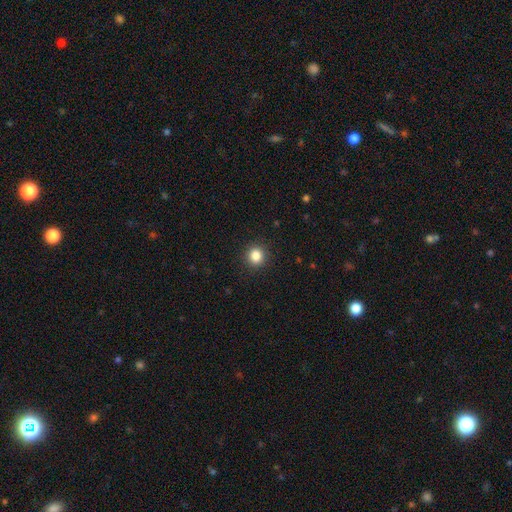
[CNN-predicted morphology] smooth_or_featured: smooth (p=0.84) [alt: star or artifact p=0.11]
how_rounded: round (p=0.90) [alt: in between p=0.09]
merging: none (p=0.92) [alt: minor disturbance p=0.05]